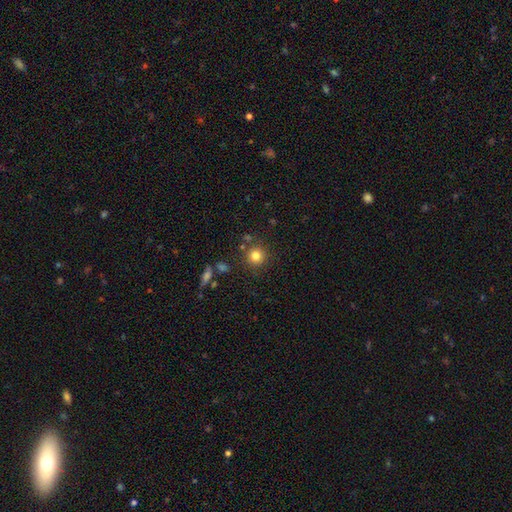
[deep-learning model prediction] This is clearly a smooth galaxy (81%). How rounded: clearly round (94%). Merging: clearly none (84%).